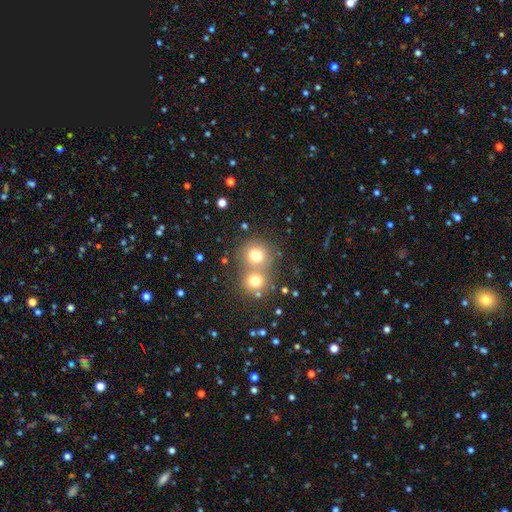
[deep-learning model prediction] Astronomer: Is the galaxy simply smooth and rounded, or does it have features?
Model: smooth — 73%.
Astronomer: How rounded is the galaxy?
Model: round — 83%.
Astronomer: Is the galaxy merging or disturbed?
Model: merger — 49% (runner-up: none, 41%).